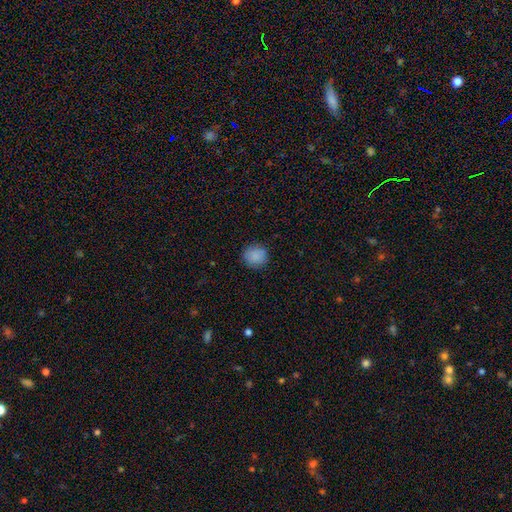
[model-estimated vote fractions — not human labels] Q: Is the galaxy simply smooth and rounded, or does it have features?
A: smooth — 87%.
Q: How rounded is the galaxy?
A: round — 87%.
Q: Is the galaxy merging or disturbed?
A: none — 86%.